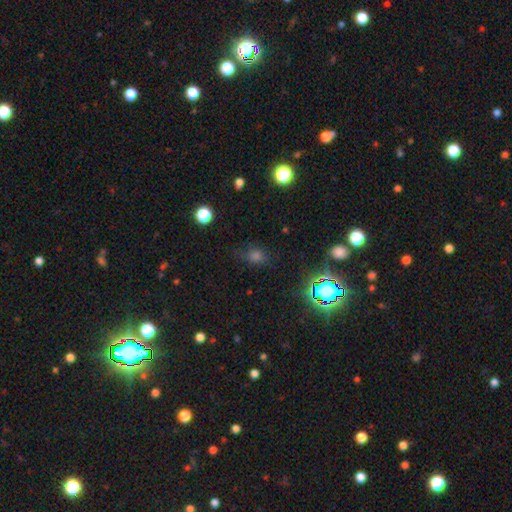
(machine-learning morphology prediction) A smooth galaxy with no disk features (54%) that is round (57%).

Vote fractions:
- Smooth or featured? smooth: 54% / star or artifact: 38% / featured or disk: 9%
- How rounded? round: 57% / in between: 41% / cigar-shaped: 2%
- Merging? none: 74% / minor disturbance: 17% / major disturbance: 7% / merger: 2%